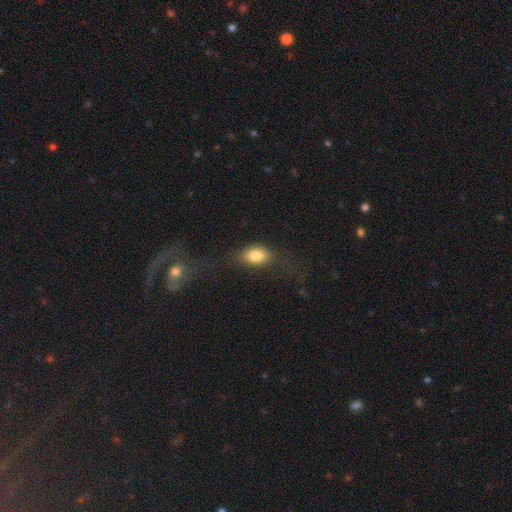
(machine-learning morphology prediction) A smooth galaxy with no disk features (80%) that is in between round and cigar-shaped (77%). Merging: none (60%).